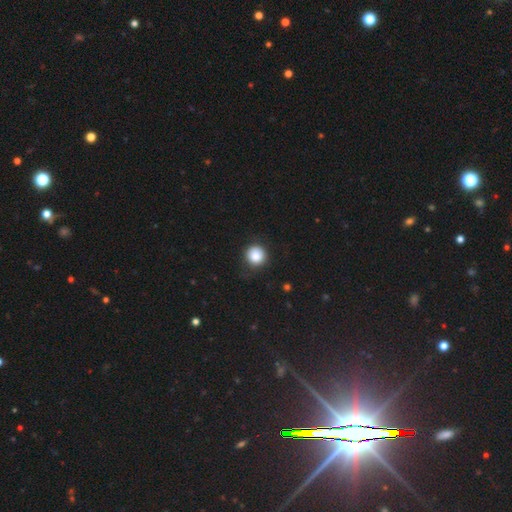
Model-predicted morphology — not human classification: A smooth galaxy with no disk features (86%) that is round (93%).

Vote fractions:
- Smooth or featured? smooth: 86% / star or artifact: 9% / featured or disk: 5%
- How rounded? round: 93% / in between: 6% / cigar-shaped: 1%
- Merging? none: 81% / minor disturbance: 14% / major disturbance: 4% / merger: 1%